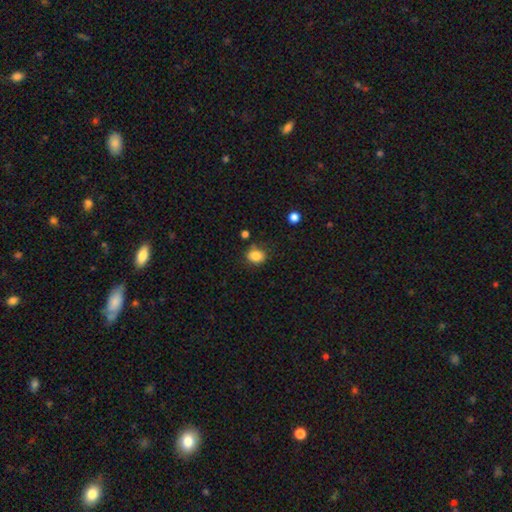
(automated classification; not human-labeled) A smooth galaxy with no disk features (84%) that is round (59%).

Vote fractions:
- Smooth or featured? smooth: 84% / star or artifact: 10% / featured or disk: 5%
- How rounded? round: 59% / in between: 41% / cigar-shaped: 1%
- Merging? none: 72% / minor disturbance: 19% / major disturbance: 5% / merger: 5%